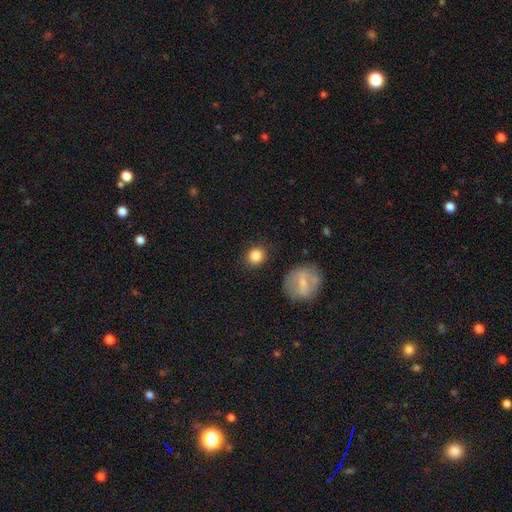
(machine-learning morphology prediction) Smooth or featured? Predicted: smooth (p=0.84). How rounded? Predicted: round (p=0.80). Merging? Predicted: none (p=0.87).